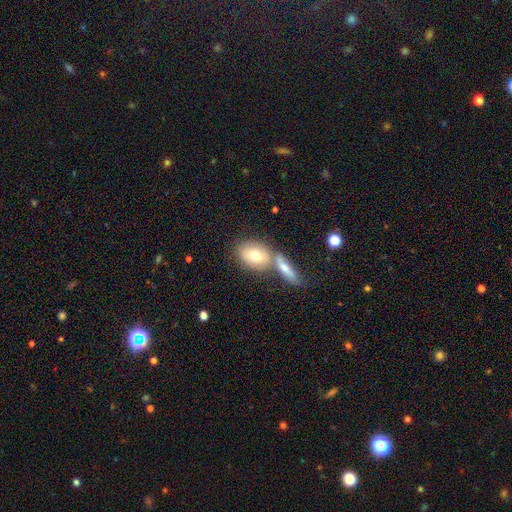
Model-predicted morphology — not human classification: Overall: smooth (68%). How rounded: in between (75%). Merging: none (45%; merger 41%).